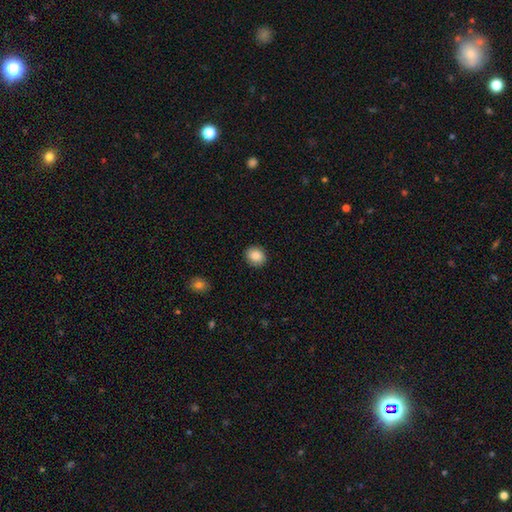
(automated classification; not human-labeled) A smooth galaxy with no disk features (86%) that is round (70%).

Vote fractions:
- Smooth or featured? smooth: 86% / star or artifact: 8% / featured or disk: 6%
- How rounded? round: 70% / in between: 29% / cigar-shaped: 1%
- Merging? none: 90% / minor disturbance: 7% / major disturbance: 2% / merger: 1%